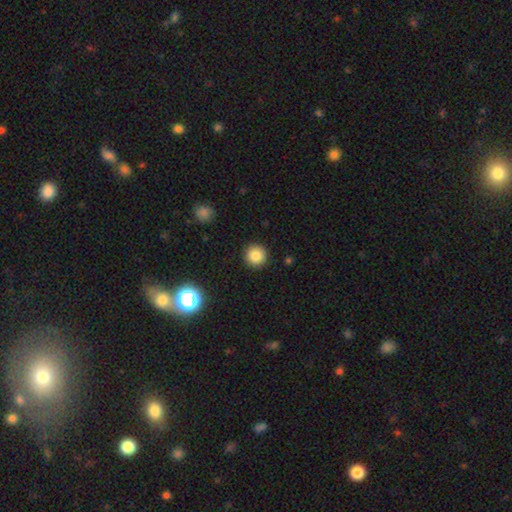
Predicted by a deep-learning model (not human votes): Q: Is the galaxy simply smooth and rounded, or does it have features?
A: smooth — 84%.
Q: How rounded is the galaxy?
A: round — 95%.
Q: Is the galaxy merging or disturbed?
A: none — 92%.